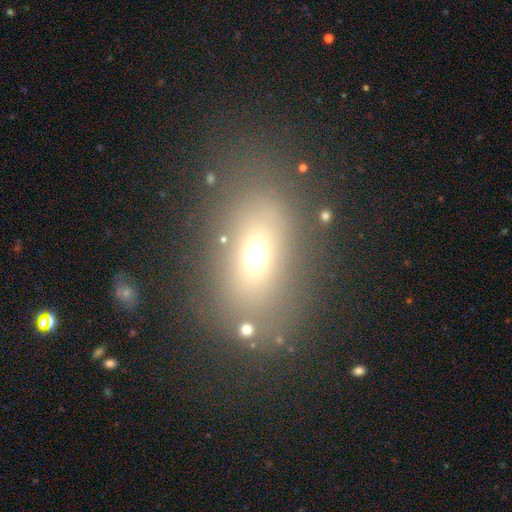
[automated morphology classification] Smooth or featured?
  - smooth: 63% *
  - star or artifact: 20%
  - featured or disk: 16%
How rounded?
  - in between: 71% *
  - round: 25%
  - cigar-shaped: 4%
Merging?
  - none: 74% *
  - minor disturbance: 12%
  - major disturbance: 9%
  - merger: 5%